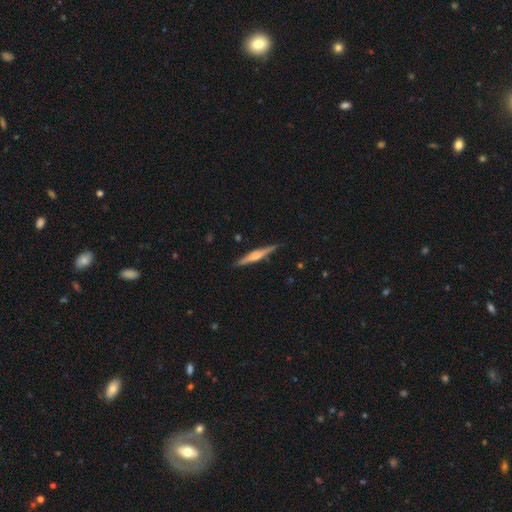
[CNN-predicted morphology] smooth-or-featured: featured or disk: 66% | smooth: 28% | star or artifact: 6%
  disk-edge-on: yes: 98% | no: 2%
    edge-on-bulge: rounded: 71% | boxy: 17% | none: 12%
  merging: none: 88% | minor disturbance: 9% | major disturbance: 2% | merger: 1%